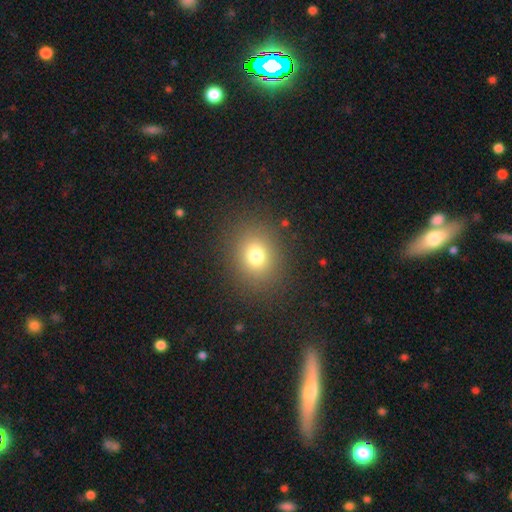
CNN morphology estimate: Smooth or featured: smooth — 74% (star or artifact — 17%)
How rounded: round — 71% (in between — 28%)
Merging: none — 87% (minor disturbance — 8%)